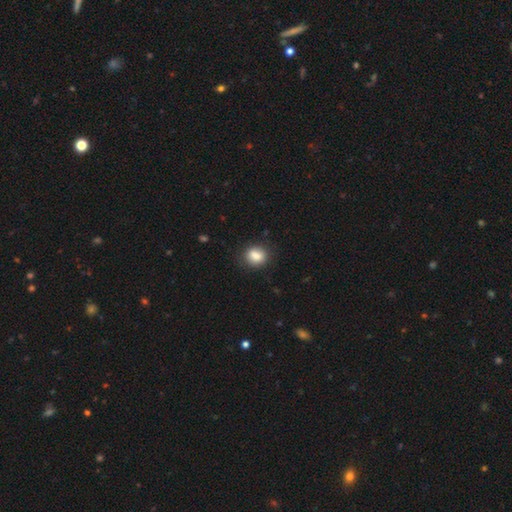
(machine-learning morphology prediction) smooth-or-featured: smooth: 85% | star or artifact: 9% | featured or disk: 6%
  how-rounded: round: 56% | in between: 42% | cigar-shaped: 1%
  merging: none: 82% | minor disturbance: 13% | major disturbance: 3% | merger: 2%